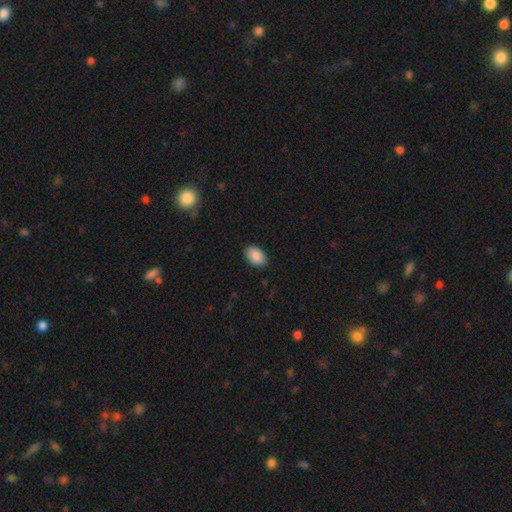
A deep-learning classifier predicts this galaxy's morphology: This is clearly a smooth galaxy (90%). How rounded: clearly in between (91%). Merging: clearly none (88%).